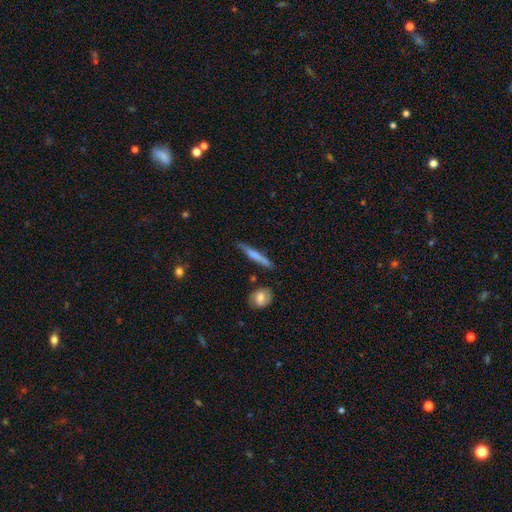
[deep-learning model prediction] A smooth galaxy with no disk features (59%) that is cigar-shaped (92%).

Vote fractions:
- Smooth or featured? smooth: 59% / featured or disk: 35% / star or artifact: 5%
- How rounded? cigar-shaped: 92% / in between: 6% / round: 2%
- Merging? none: 80% / minor disturbance: 13% / merger: 3% / major disturbance: 3%